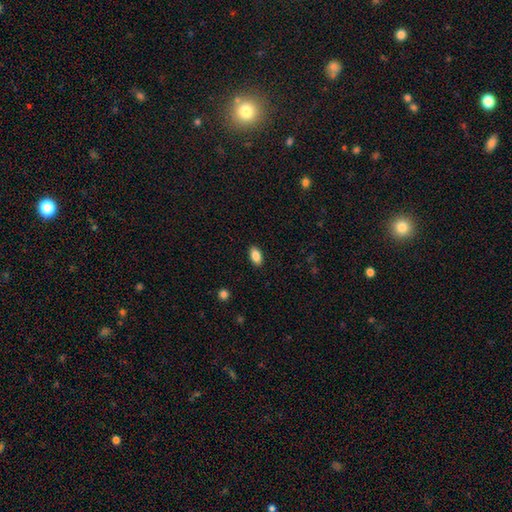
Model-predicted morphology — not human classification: This appears to be a smooth galaxy with no disk features (86%) that is in between round and cigar-shaped (92%). Merging: none (89%).